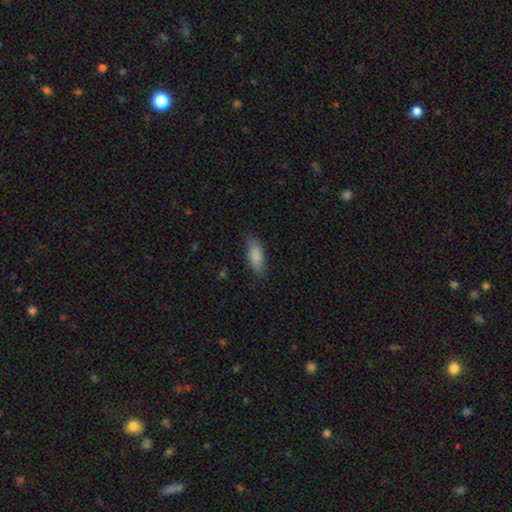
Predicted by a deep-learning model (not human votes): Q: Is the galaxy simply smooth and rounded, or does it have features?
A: smooth — 87%.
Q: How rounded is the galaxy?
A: in between — 77%.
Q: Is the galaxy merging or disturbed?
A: none — 79%.